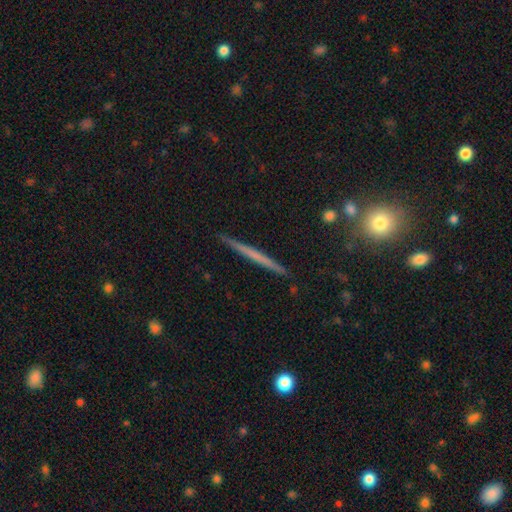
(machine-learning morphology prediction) featured or disk 51%, smooth 43%, star or artifact 6%. Down the decision tree: edge-on disk — yes (97%); merging — none (92%).